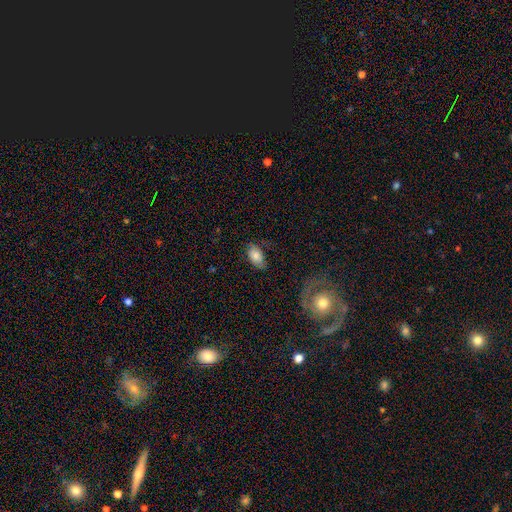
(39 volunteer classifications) Overall: smooth (67%). How rounded: in between (92%). Merging: none (67%).